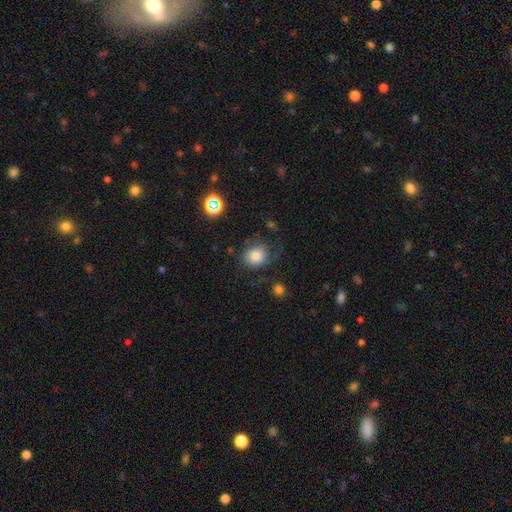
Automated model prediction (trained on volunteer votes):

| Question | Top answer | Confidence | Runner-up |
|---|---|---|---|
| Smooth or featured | smooth | 75% | featured or disk (14%) |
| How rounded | round | 71% | in between (28%) |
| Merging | none | 60% | minor disturbance (21%) |